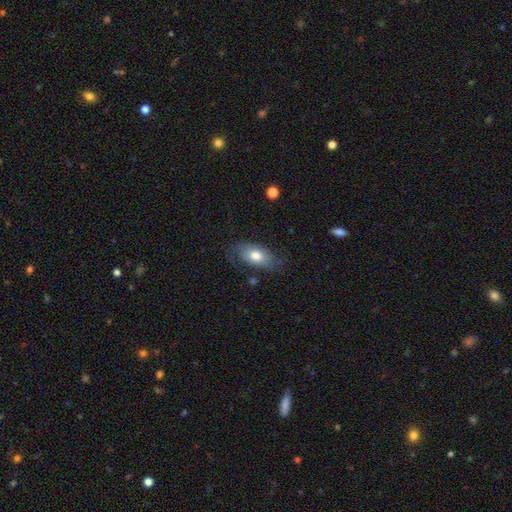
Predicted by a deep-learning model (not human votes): smooth-or-featured: smooth: 71% | featured or disk: 22% | star or artifact: 7%
  how-rounded: in between: 89% | round: 7% | cigar-shaped: 4%
  merging: none: 67% | minor disturbance: 23% | major disturbance: 9% | merger: 2%